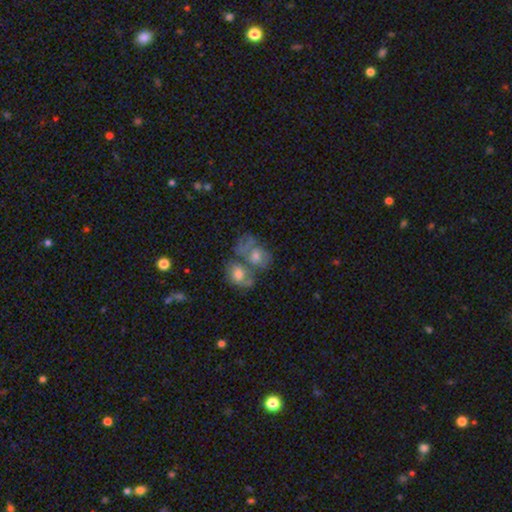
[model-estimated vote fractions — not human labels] Q: Smooth or featured?
A: smooth (54%); runner-up: featured or disk (33%)
Q: How rounded?
A: in between (60%); runner-up: round (38%)
Q: Merging?
A: merger (56%); runner-up: none (22%)